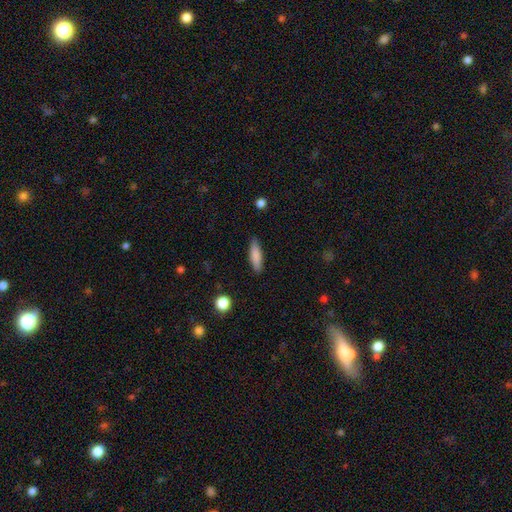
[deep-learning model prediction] This is clearly a smooth galaxy (82%). How rounded: likely cigar-shaped (64%). Merging: clearly none (87%).